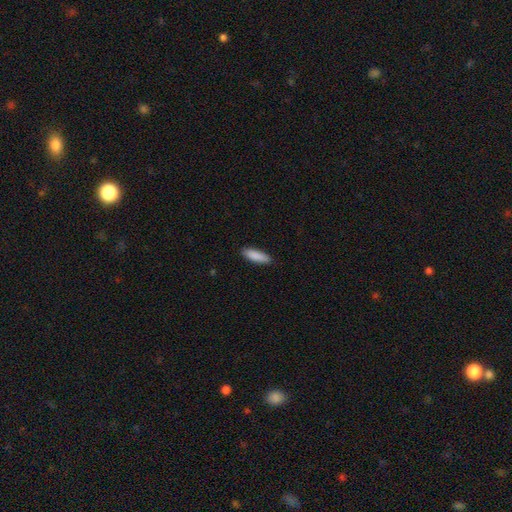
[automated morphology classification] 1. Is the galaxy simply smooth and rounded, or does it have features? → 89% smooth, 6% star or artifact, 5% featured or disk.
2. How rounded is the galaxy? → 52% cigar-shaped, 47% in between, 1% round.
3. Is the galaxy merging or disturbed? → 89% none, 8% minor disturbance, 2% major disturbance, 1% merger.